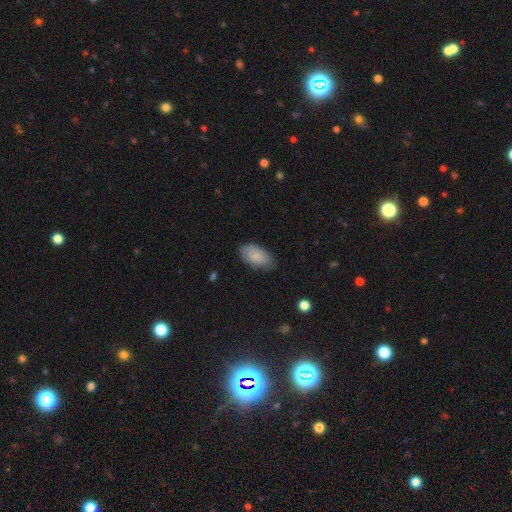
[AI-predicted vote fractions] The model was most divided on "merging": none: 73%, minor disturbance: 22%, major disturbance: 4%, merger: 1%. More confident: how rounded — in between (94%); smooth or featured — smooth (84%).